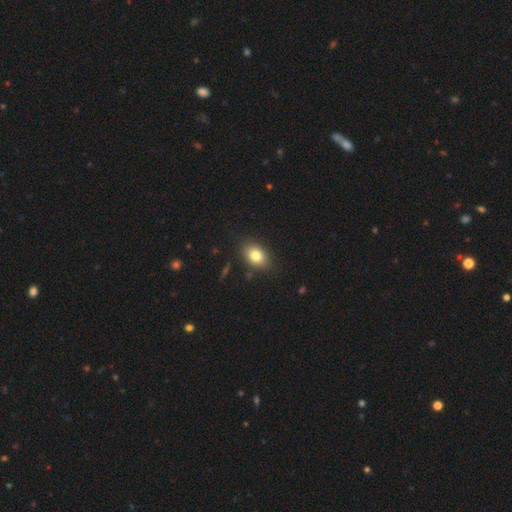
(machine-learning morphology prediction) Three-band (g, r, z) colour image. It shows a smooth galaxy with no disk features (80%) that is in between round and cigar-shaped (78%). Merging: none (85%).